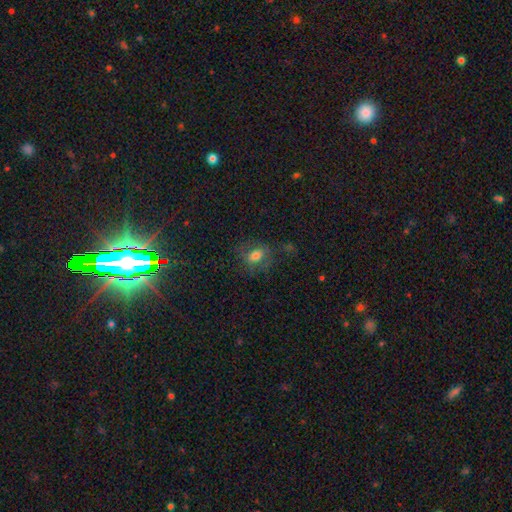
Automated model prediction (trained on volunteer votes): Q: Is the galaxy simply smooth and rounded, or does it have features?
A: smooth — 64%.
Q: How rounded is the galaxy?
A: in between — 65%.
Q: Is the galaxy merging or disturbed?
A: none — 60%.